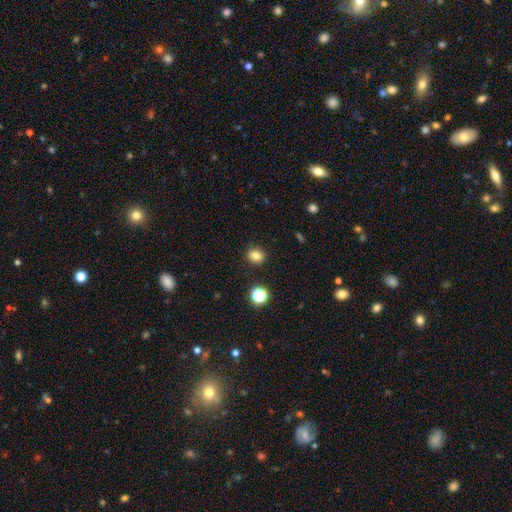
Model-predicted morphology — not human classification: A smooth galaxy with no disk features (80%) that is round (66%). Merging: none (87%).